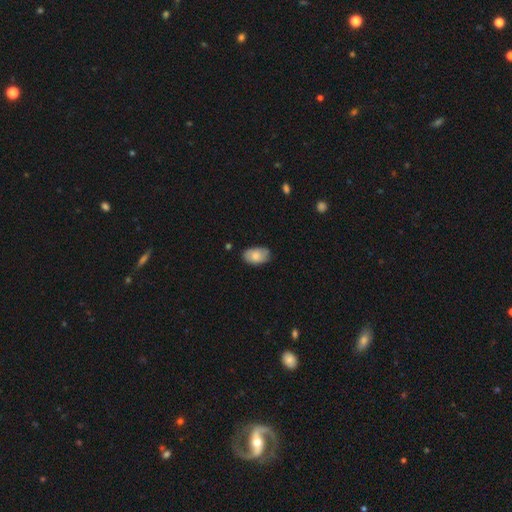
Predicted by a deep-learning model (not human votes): This appears to be a smooth galaxy with no disk features (76%) that is in between round and cigar-shaped (92%). Merging: none (77%).